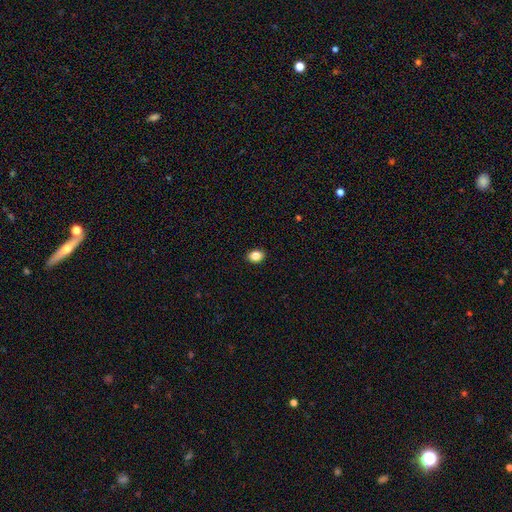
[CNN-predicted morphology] Smooth or featured: smooth — 86% (star or artifact — 9%)
How rounded: in between — 62% (round — 37%)
Merging: none — 91% (minor disturbance — 7%)